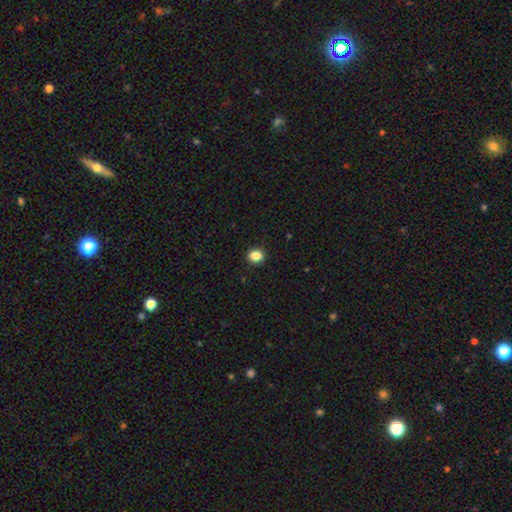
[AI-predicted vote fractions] Smooth or featured: smooth — 86% (star or artifact — 11%)
How rounded: round — 69% (in between — 30%)
Merging: none — 92% (minor disturbance — 6%)